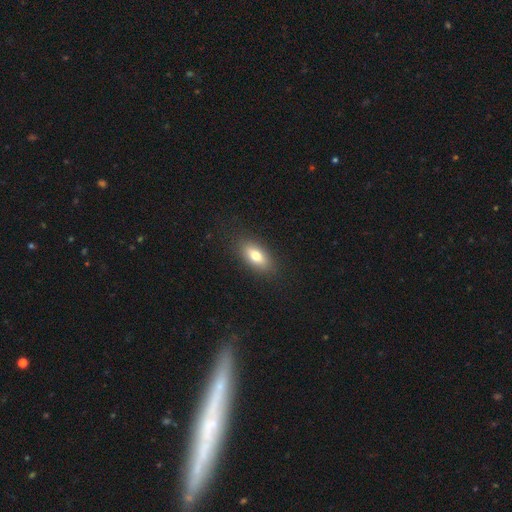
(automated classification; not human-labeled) smooth 75%, featured or disk 17%, star or artifact 8%. Down the decision tree: how rounded — in between (84%); merging — none (86%).